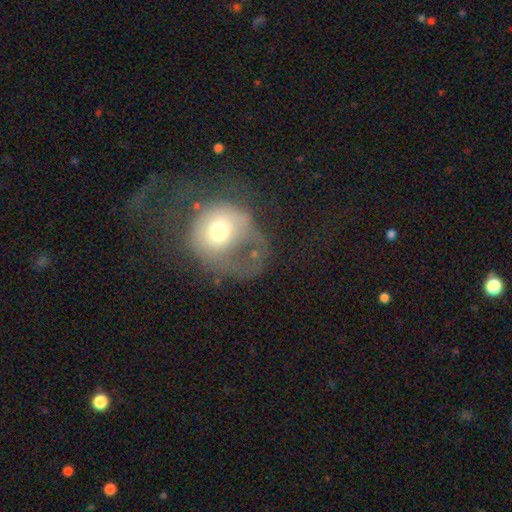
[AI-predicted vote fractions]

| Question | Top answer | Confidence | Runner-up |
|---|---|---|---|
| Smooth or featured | smooth | 52% | featured or disk (36%) |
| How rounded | round | 73% | in between (26%) |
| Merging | major disturbance | 57% | none (22%) |